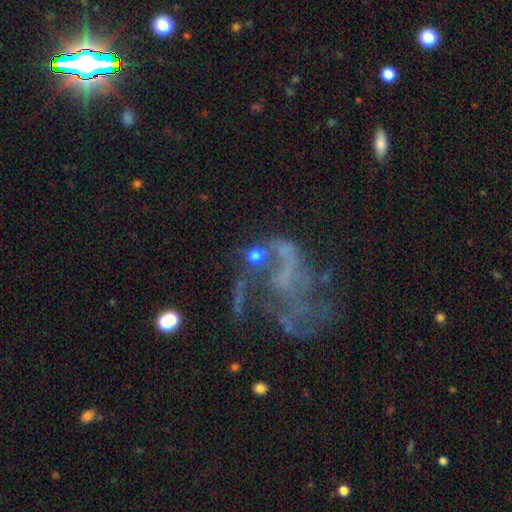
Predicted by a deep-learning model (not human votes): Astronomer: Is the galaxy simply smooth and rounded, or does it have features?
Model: smooth — 42% (runner-up: featured or disk, 37%).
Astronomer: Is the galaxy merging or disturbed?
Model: major disturbance — 32%, tied with none at 32%.